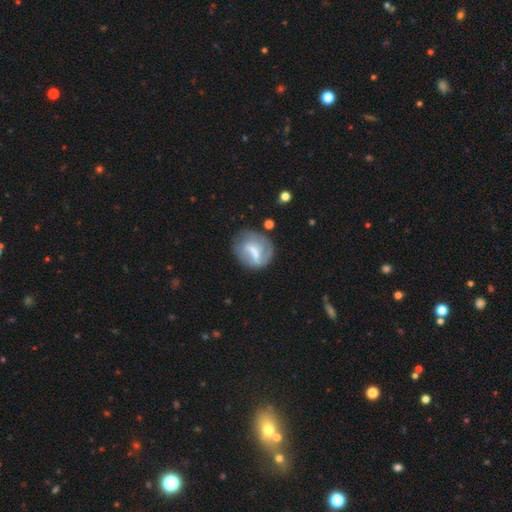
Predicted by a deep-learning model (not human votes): Smooth or featured? featured or disk (50%)
Merging? none (53%)